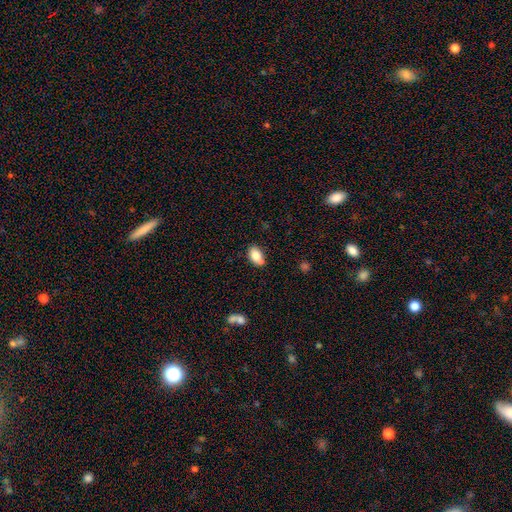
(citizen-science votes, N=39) This appears to be a smooth galaxy with no disk features (87%) that is in between round and cigar-shaped (91%). Merging: none (84%).